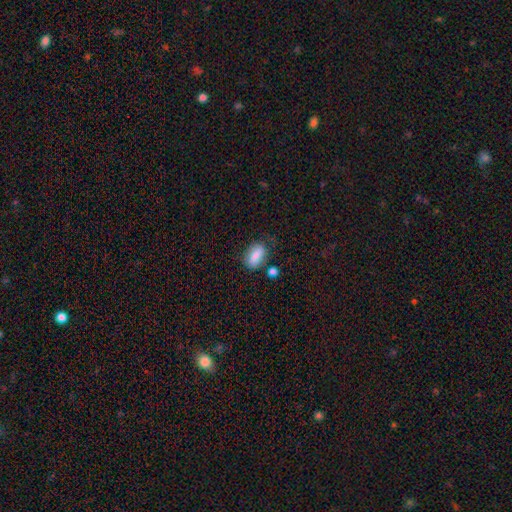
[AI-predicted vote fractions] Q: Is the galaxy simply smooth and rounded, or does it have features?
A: smooth — 81%.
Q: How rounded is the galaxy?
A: in between — 86%.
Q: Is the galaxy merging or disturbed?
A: none — 66%.